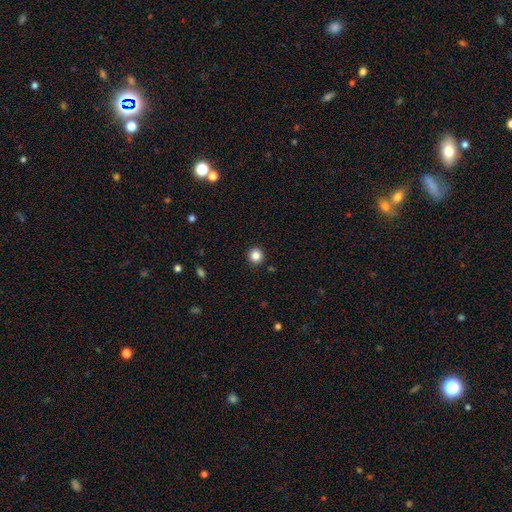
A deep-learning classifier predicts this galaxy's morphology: Smooth or featured: smooth — 84% (star or artifact — 12%)
How rounded: round — 94% (in between — 5%)
Merging: none — 92% (minor disturbance — 5%)